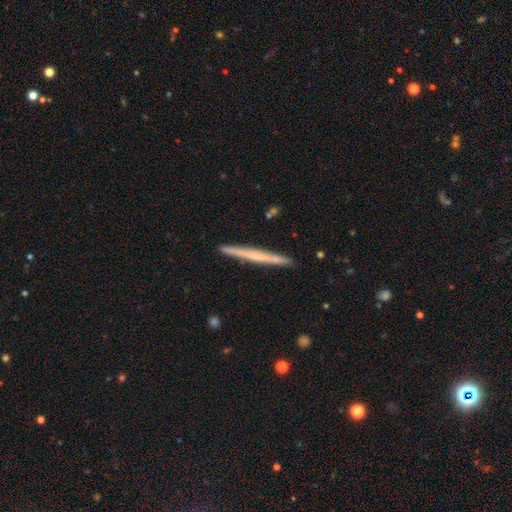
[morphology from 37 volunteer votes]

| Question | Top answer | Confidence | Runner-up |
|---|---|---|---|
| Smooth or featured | featured or disk | 68% | smooth (32%) |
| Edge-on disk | yes | 100% | — |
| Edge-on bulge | none | 72% | rounded (20%) |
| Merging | none | 97% | minor disturbance (3%) |